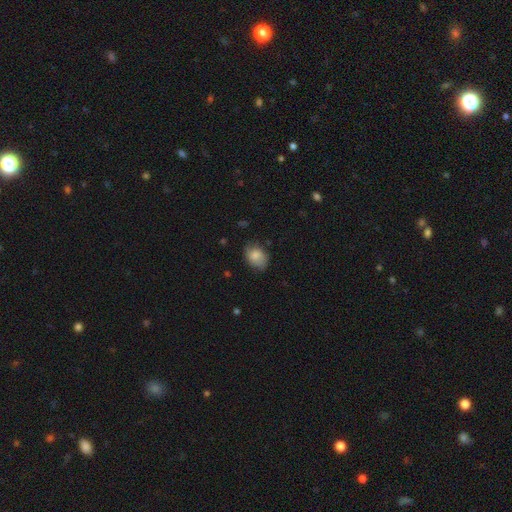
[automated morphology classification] A smooth galaxy with no disk features (72%) that is in between round and cigar-shaped (67%). Merging: none (67%).